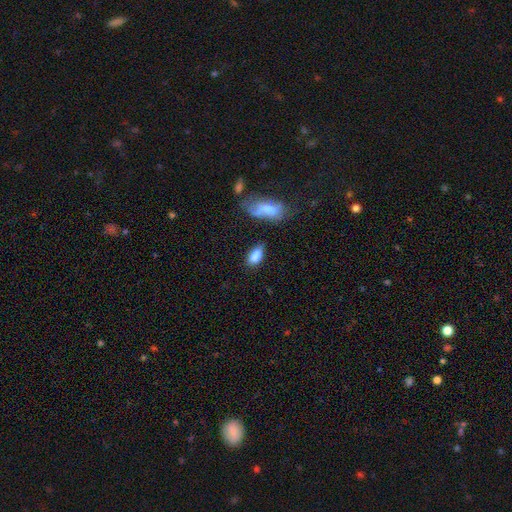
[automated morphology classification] Overall: smooth (84%). How rounded: in between (87%). Merging: none (60%; minor disturbance 22%).